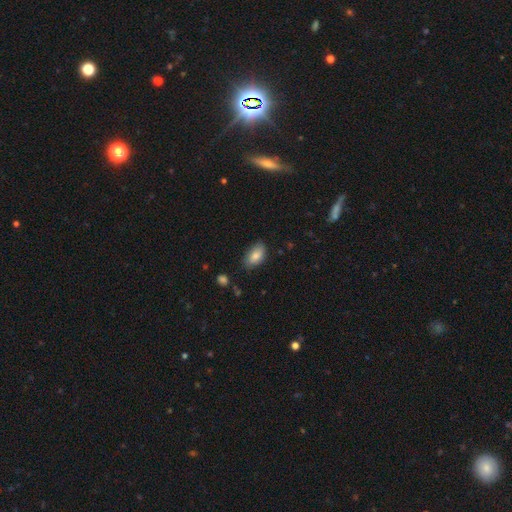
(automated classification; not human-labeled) This is clearly a smooth galaxy (84%). How rounded: clearly in between (92%). Merging: likely none (75%).